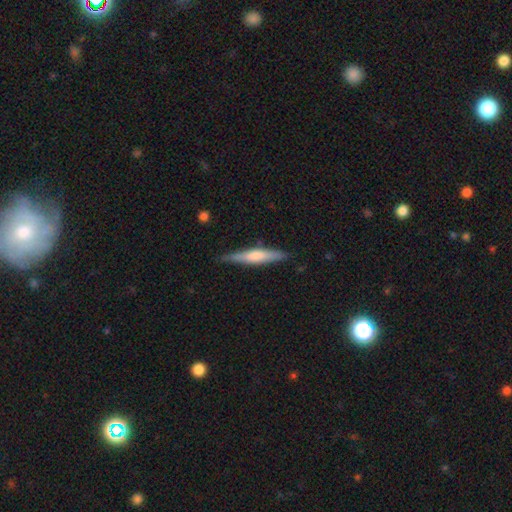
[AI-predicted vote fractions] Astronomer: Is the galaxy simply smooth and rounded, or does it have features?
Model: featured or disk — 49% (runner-up: smooth, 45%).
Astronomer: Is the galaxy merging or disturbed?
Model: none — 85%.